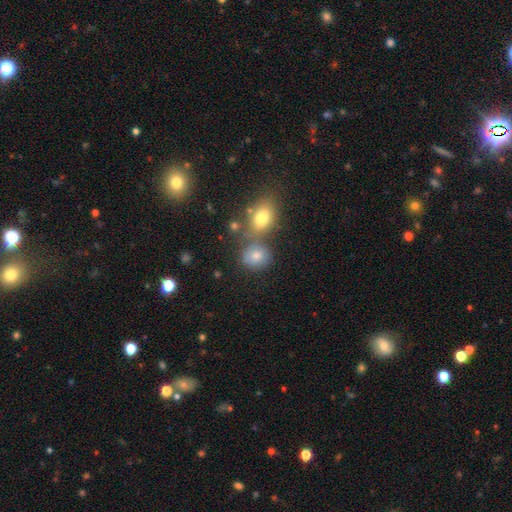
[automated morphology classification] Smooth or featured? smooth (75%)
How rounded? round (68%)
Merging? none (55%)